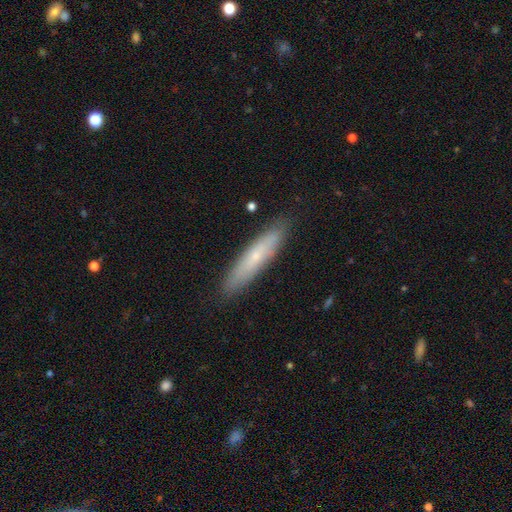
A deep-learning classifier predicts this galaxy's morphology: Smooth or featured? Predicted: smooth (p=0.57). How rounded? Predicted: cigar-shaped (p=0.86). Merging? Predicted: none (p=0.87).